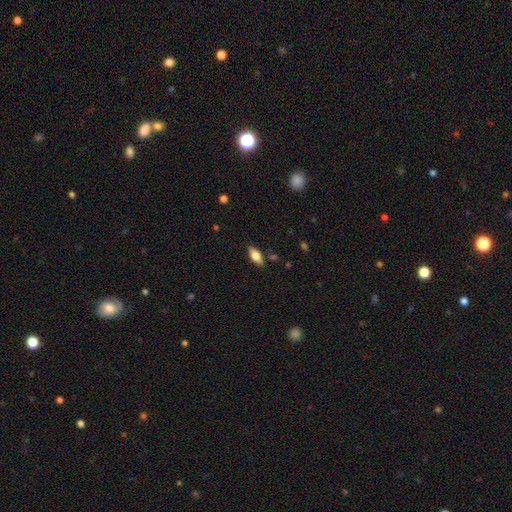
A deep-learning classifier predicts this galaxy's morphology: A smooth galaxy with no disk features (62%) that is in between round and cigar-shaped (79%). Merging: none (85%).